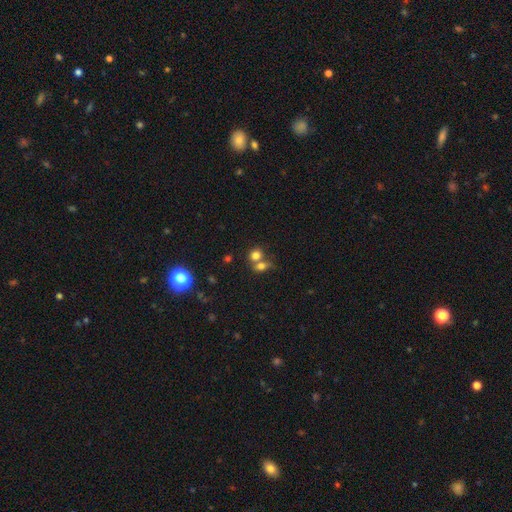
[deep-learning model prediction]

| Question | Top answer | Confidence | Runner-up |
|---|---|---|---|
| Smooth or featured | smooth | 76% | star or artifact (14%) |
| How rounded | round | 59% | in between (39%) |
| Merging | merger | 51% | none (37%) |